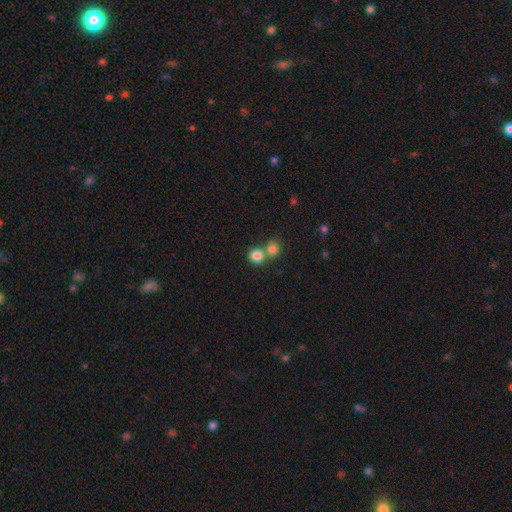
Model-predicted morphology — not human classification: Smooth or featured? Predicted: smooth (p=0.83). How rounded? Predicted: round (p=0.84). Merging? Predicted: none (p=0.49).